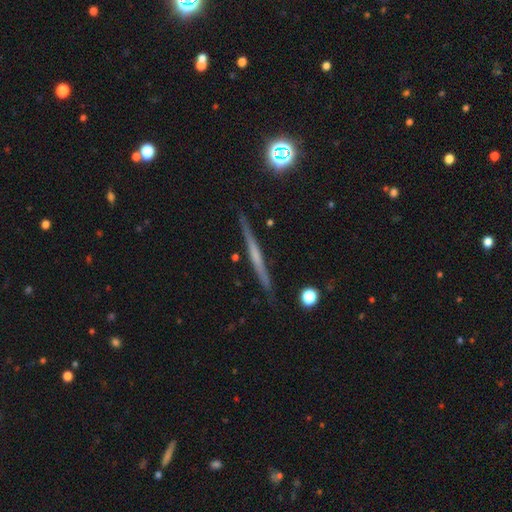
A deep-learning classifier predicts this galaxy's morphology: This appears to be a featured or disk galaxy (60%) viewed edge-on (97%) with no central bulge (77%). Merging: none (90%).